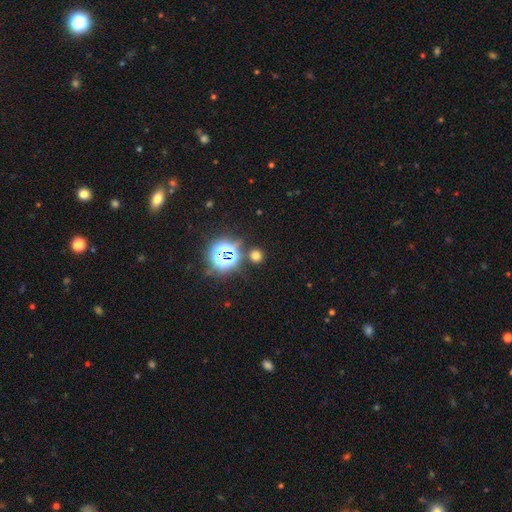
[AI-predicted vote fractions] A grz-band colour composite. It shows a smooth galaxy with no disk features (60%) that is round (90%). Merging: none (85%).